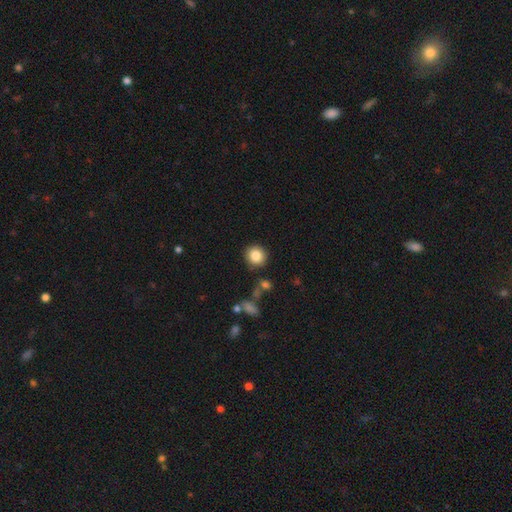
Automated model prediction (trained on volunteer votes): Morphology: type=smooth (84%); roundness=round (89%); merging=none (87%).